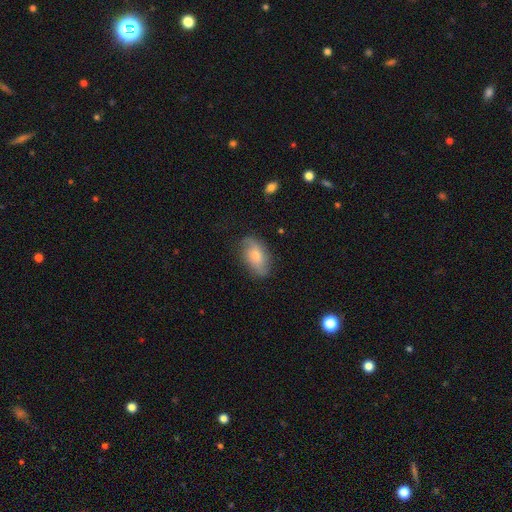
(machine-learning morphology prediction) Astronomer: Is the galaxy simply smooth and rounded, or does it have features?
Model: smooth — 59%.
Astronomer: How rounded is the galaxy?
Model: in between — 91%.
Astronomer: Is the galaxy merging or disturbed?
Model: none — 75%.